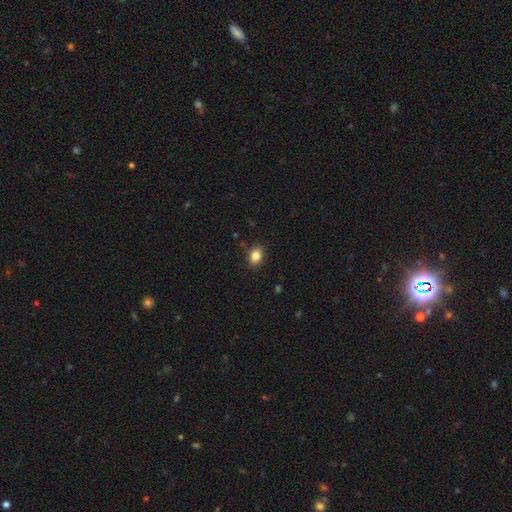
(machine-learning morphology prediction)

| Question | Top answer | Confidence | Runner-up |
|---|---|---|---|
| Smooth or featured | smooth | 84% | star or artifact (10%) |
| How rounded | in between | 62% | round (37%) |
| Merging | none | 88% | minor disturbance (9%) |